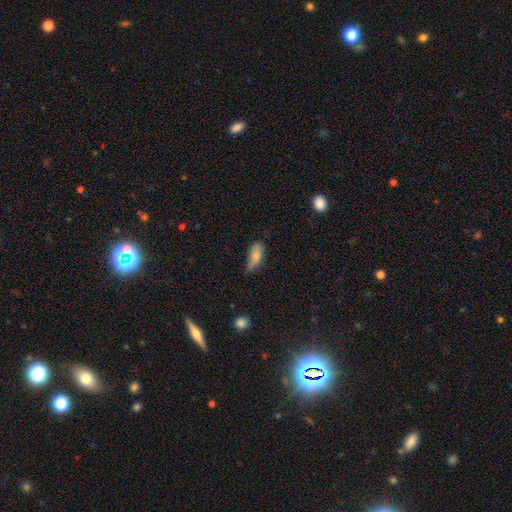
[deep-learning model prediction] Q: Smooth or featured?
A: smooth (79%); runner-up: featured or disk (14%)
Q: How rounded?
A: in between (76%); runner-up: cigar-shaped (21%)
Q: Merging?
A: none (51%); runner-up: minor disturbance (38%)